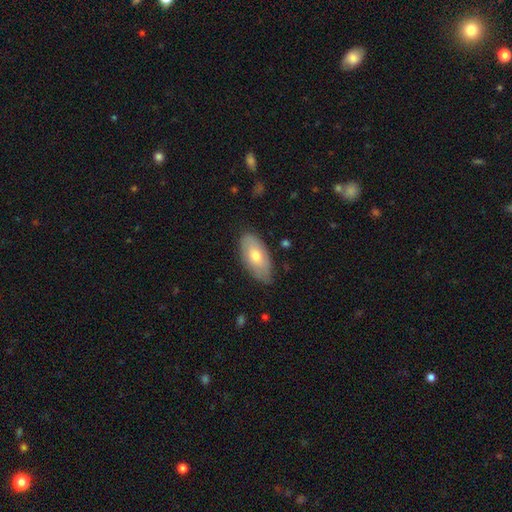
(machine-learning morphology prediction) A smooth galaxy with no disk features (65%) that is in between round and cigar-shaped (92%).

Vote fractions:
- Smooth or featured? smooth: 65% / featured or disk: 29% / star or artifact: 6%
- How rounded? in between: 92% / cigar-shaped: 5% / round: 3%
- Merging? none: 77% / minor disturbance: 19% / major disturbance: 3% / merger: 1%